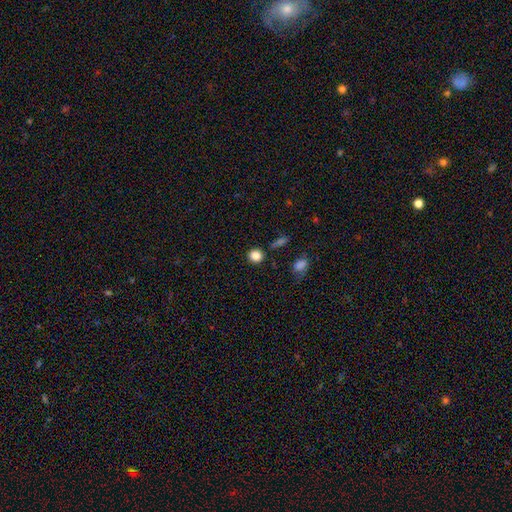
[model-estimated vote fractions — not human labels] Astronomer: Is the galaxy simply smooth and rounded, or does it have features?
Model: smooth — 84%.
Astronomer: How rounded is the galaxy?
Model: round — 88%.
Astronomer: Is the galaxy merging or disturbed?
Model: none — 87%.